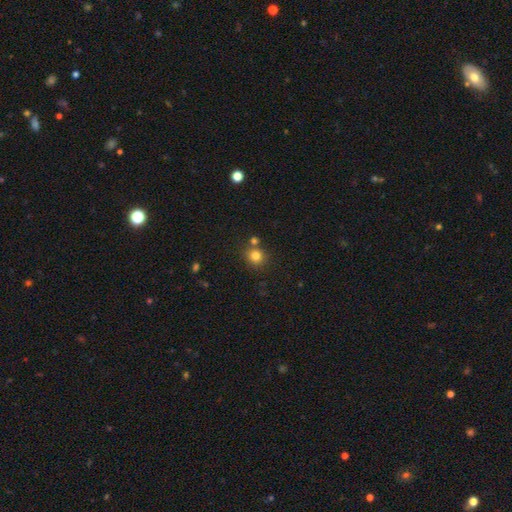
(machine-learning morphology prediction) Smooth or featured? smooth (81%)
How rounded? round (86%)
Merging? none (71%)